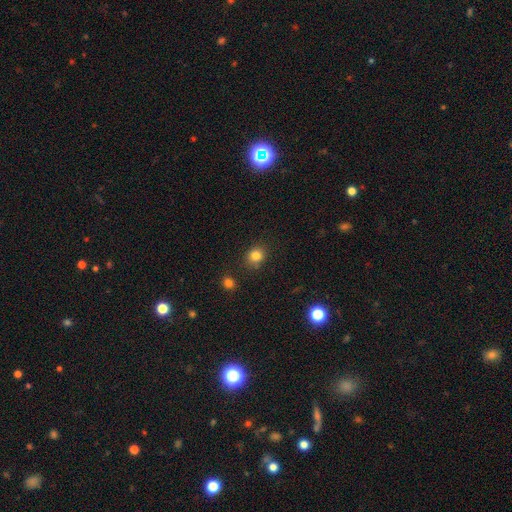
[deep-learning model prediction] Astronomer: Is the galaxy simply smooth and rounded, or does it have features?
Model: smooth — 82%.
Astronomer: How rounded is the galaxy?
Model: round — 76%.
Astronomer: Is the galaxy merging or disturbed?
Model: none — 82%.